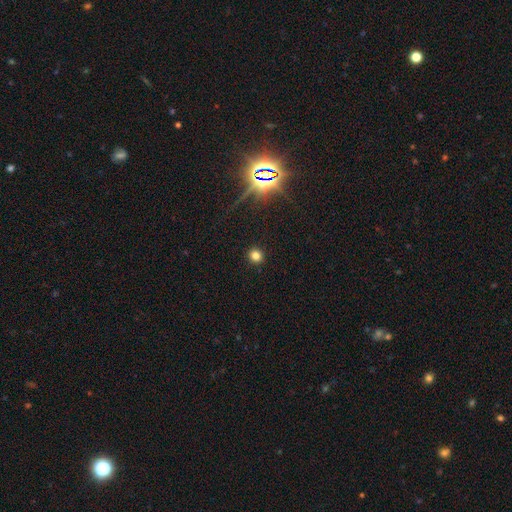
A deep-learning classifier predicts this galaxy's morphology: smooth 77%, star or artifact 18%, featured or disk 6%. Down the decision tree: how rounded — round (91%); merging — none (92%).